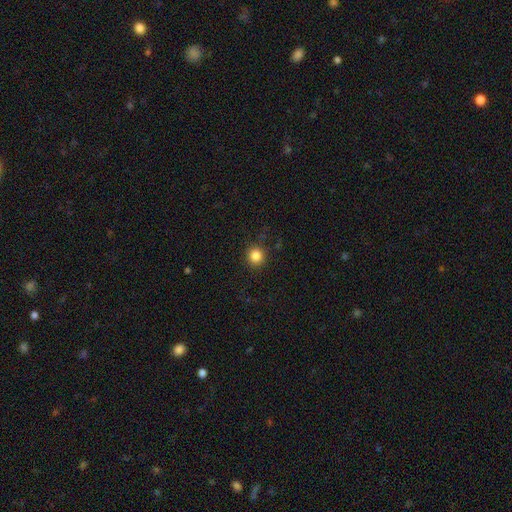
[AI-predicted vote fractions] smooth_or_featured: smooth (p=0.84) [alt: star or artifact p=0.11]
how_rounded: round (p=0.92) [alt: in between p=0.07]
merging: none (p=0.90) [alt: minor disturbance p=0.07]